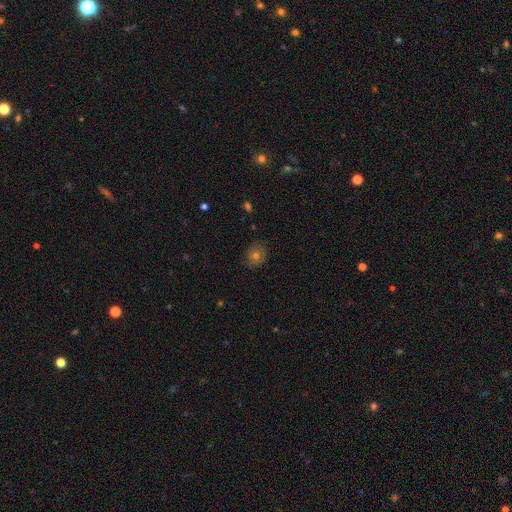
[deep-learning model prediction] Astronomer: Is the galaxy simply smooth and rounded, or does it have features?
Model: smooth — 61%.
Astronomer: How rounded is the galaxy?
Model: round — 71%.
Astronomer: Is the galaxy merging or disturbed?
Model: none — 83%.